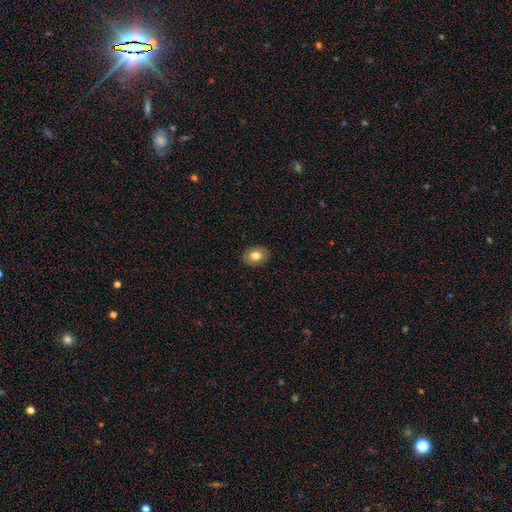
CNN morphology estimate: Q: Smooth or featured?
A: smooth (79%); runner-up: featured or disk (13%)
Q: How rounded?
A: in between (68%); runner-up: round (31%)
Q: Merging?
A: none (89%); runner-up: minor disturbance (8%)